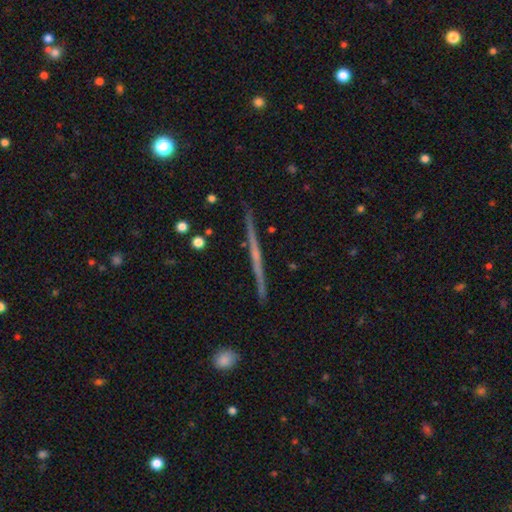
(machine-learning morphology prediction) Smooth or featured: featured or disk — 75% (smooth — 18%)
Edge-on disk: yes — 98% (no — 2%)
Edge-on bulge: none — 61% (rounded — 32%)
Merging: none — 92% (minor disturbance — 5%)